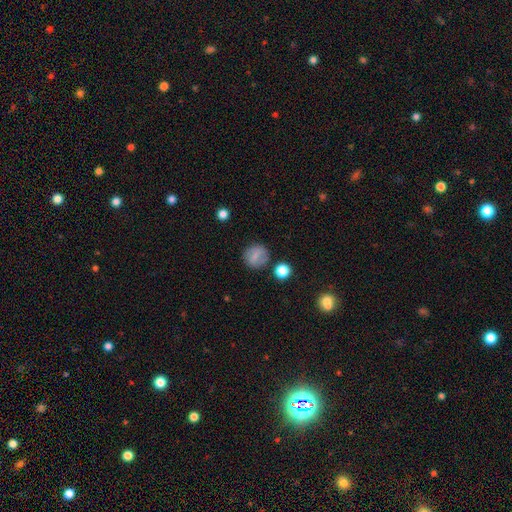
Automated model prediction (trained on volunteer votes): This is likely a smooth galaxy (68%). How rounded: clearly round (83%). Merging: clearly none (82%).